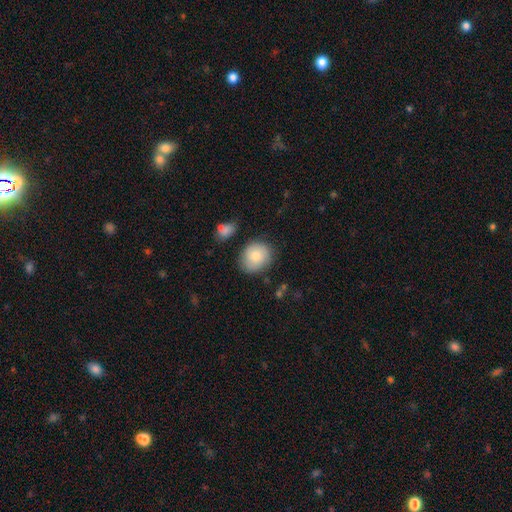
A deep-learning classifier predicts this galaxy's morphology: This appears to be a smooth galaxy with no disk features (79%) that is round (70%). Merging: none (77%).